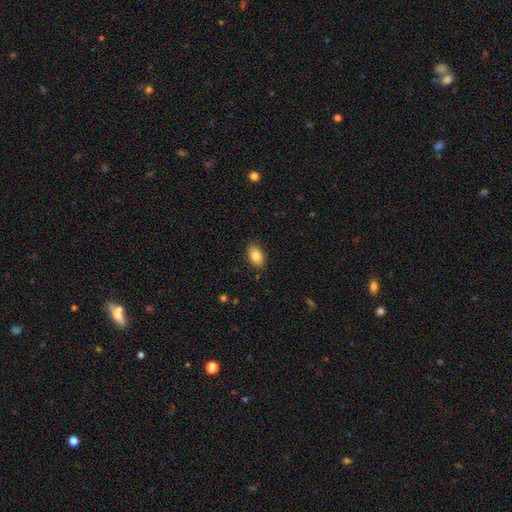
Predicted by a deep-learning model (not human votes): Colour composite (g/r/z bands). It shows a smooth galaxy with no disk features (84%) that is in between round and cigar-shaped (91%). Merging: none (86%).